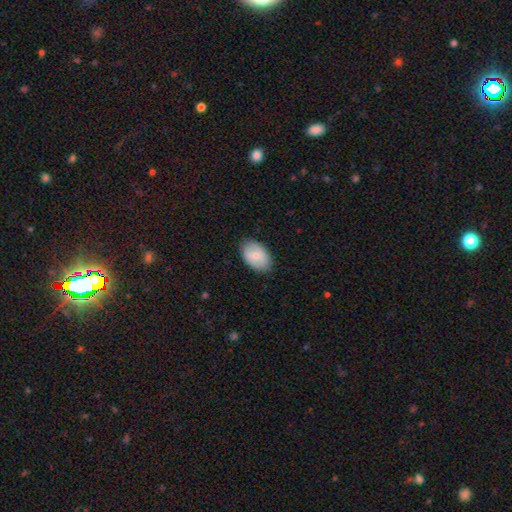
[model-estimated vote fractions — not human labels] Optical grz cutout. It shows a smooth galaxy with no disk features (66%) that is in between round and cigar-shaped (89%). Merging: none (83%).